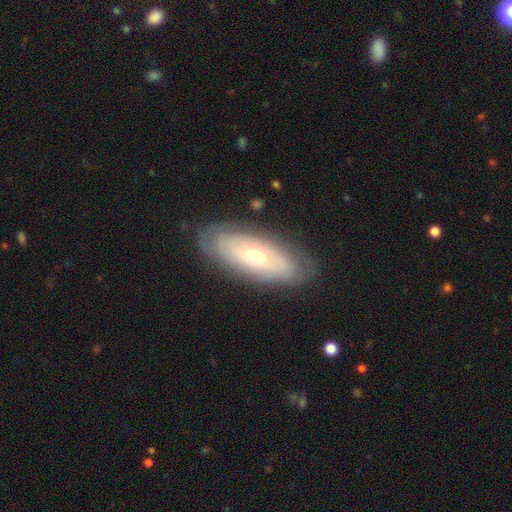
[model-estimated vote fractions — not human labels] A featured or disk galaxy (63%) with no bar (80%), spiral arms (55%) and a moderate central bulge (66%).

Vote fractions:
- Smooth or featured? featured or disk: 63% / smooth: 31% / star or artifact: 6%
- Edge-on disk? no: 82% / yes: 18%
- Bar? no: 80% / weak: 15% / strong: 5%
- Spiral arms? yes: 55% / no: 45%
- Bulge size? moderate: 66% / small: 27% / large: 5% / dominant: 1% / none: 1%
- Merging? none: 83% / minor disturbance: 12% / major disturbance: 4% / merger: 1%